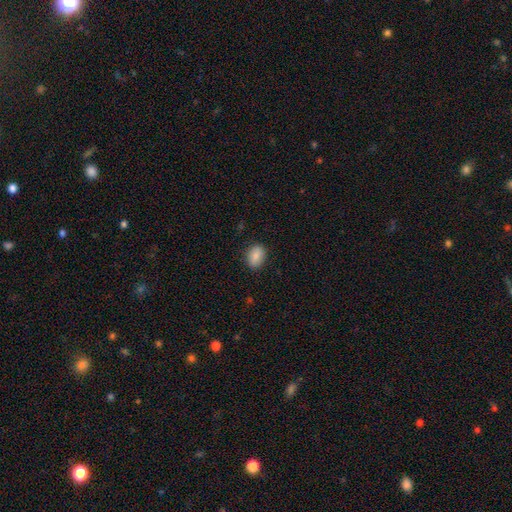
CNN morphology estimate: smooth 88%, star or artifact 7%, featured or disk 5%. Down the decision tree: how rounded — in between (76%); merging — none (87%).